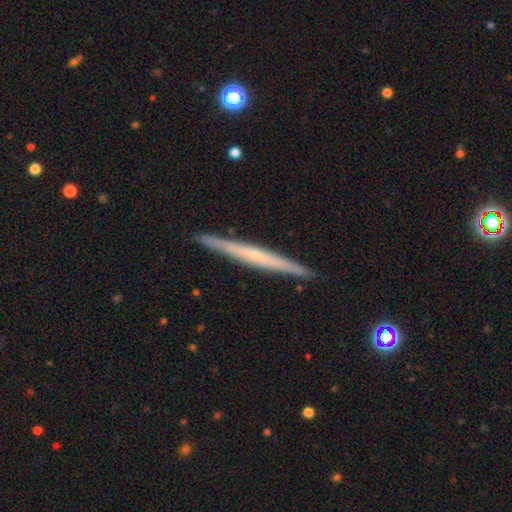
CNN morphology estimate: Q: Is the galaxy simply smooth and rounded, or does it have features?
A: featured or disk — 62%.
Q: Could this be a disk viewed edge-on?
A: yes — 97%.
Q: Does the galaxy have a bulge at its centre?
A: none — 65%.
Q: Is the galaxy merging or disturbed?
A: none — 92%.